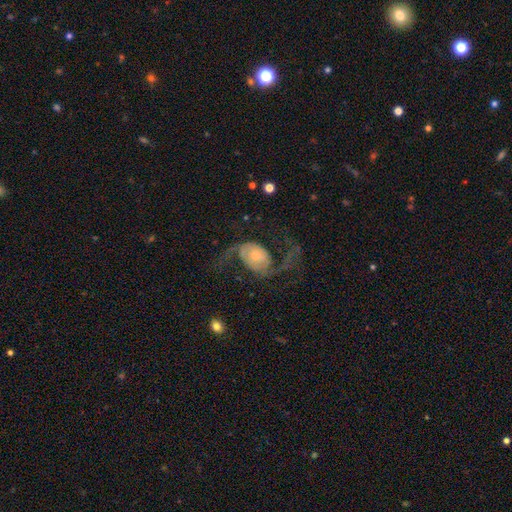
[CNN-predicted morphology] smooth-or-featured: featured or disk: 81% | smooth: 13% | star or artifact: 6%
  disk-edge-on: no: 97% | yes: 3%
    bar: no: 68% | weak: 24% | strong: 8%
    has-spiral-arms: yes: 93% | no: 7%
      spiral-winding: loose: 72% | medium: 22% | tight: 6%
      spiral-arm-count: 2: 90% | 1: 3% | can't tell: 3% | 3: 1% | 4: 1% | more than 4: 1%
    bulge-size: small: 58% | moderate: 32% | large: 5% | dominant: 3% | none: 3%
  merging: none: 51% | major disturbance: 32% | minor disturbance: 15% | merger: 3%